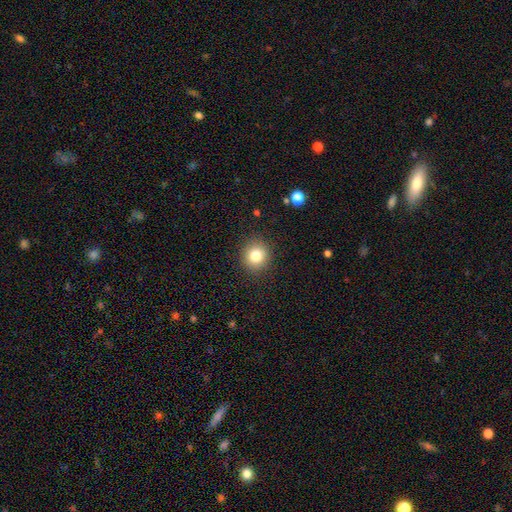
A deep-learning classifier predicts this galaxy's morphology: Overall: smooth (81%). How rounded: round (88%). Merging: none (90%).